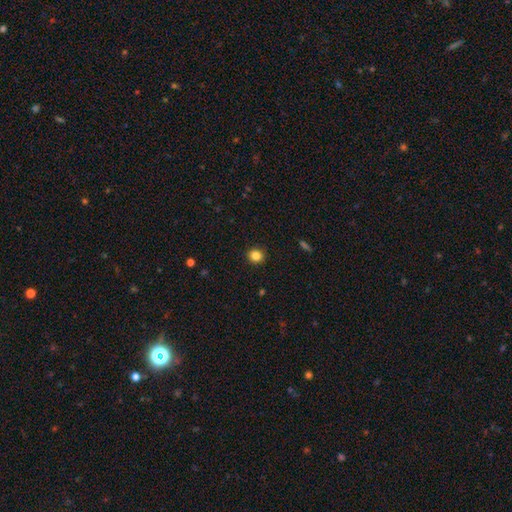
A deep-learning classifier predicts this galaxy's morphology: Q: Smooth or featured?
A: smooth (84%); runner-up: star or artifact (11%)
Q: How rounded?
A: round (89%); runner-up: in between (10%)
Q: Merging?
A: none (91%); runner-up: minor disturbance (6%)